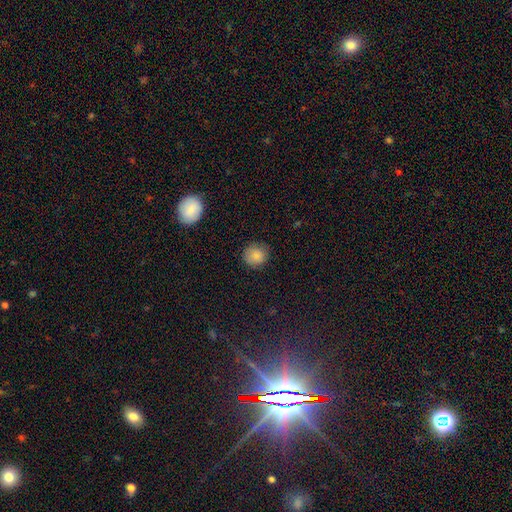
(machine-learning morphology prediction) Smooth or featured? Predicted: smooth (p=0.85). How rounded? Predicted: round (p=0.90). Merging? Predicted: none (p=0.85).